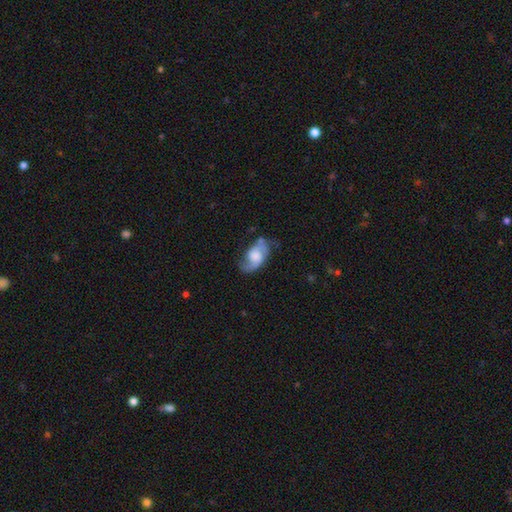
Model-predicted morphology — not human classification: A featured or disk galaxy (75%) with no bar (56%), 2 (86%) medium (46%) spiral arms (93%) and a large central bulge (34%).

Vote fractions:
- Smooth or featured? featured or disk: 75% / smooth: 18% / star or artifact: 6%
- Edge-on disk? no: 96% / yes: 4%
- Bar? no: 56% / weak: 37% / strong: 7%
- Spiral arms? yes: 93% / no: 7%
- Spiral winding? medium: 46% / loose: 38% / tight: 17%
- Spiral arm count? 2: 86% / 1: 6% / can't tell: 5% / 3: 1% / 4: 1% / more than 4: 1%
- Bulge size? large: 34% / moderate: 26% / none: 22% / small: 13% / dominant: 4%
- Merging? none: 62% / minor disturbance: 24% / major disturbance: 11% / merger: 3%